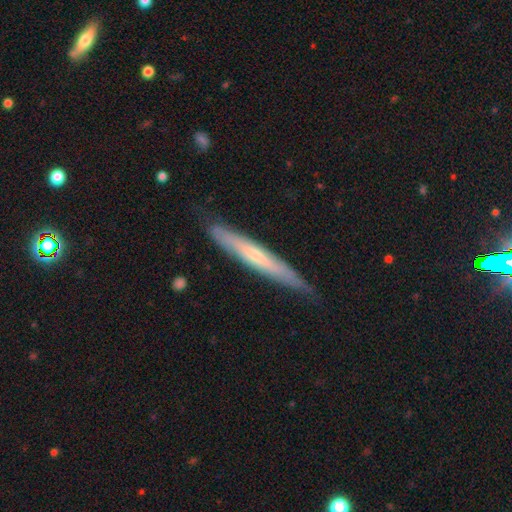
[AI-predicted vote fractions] A featured or disk galaxy (52%) viewed edge-on (84%). Merging: none (78%).